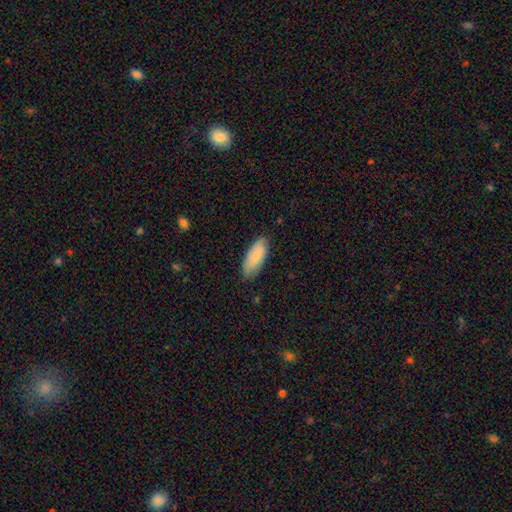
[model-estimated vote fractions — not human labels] A smooth galaxy with no disk features (84%) that is in between round and cigar-shaped (83%). Merging: none (81%).